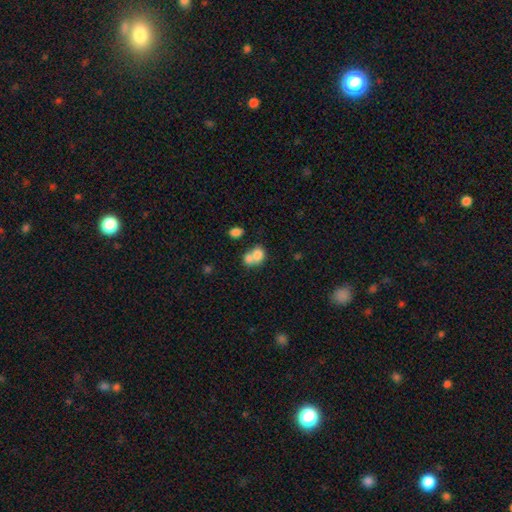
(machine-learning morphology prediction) This is likely a smooth galaxy (75%). How rounded: possibly round (55%). Merging: likely merger (65%).